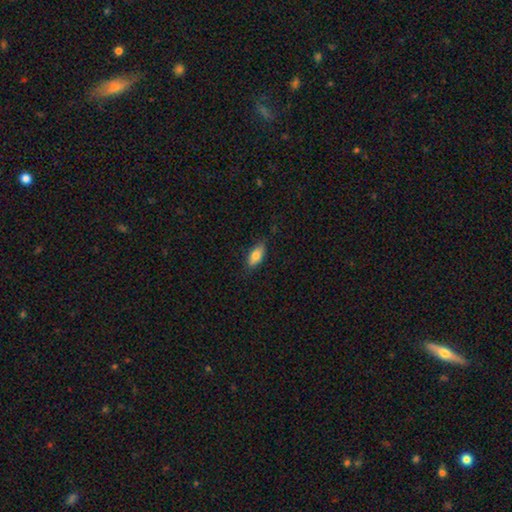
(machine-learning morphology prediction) Q: Smooth or featured?
A: smooth (78%); runner-up: featured or disk (15%)
Q: How rounded?
A: in between (85%); runner-up: cigar-shaped (12%)
Q: Merging?
A: none (79%); runner-up: minor disturbance (17%)